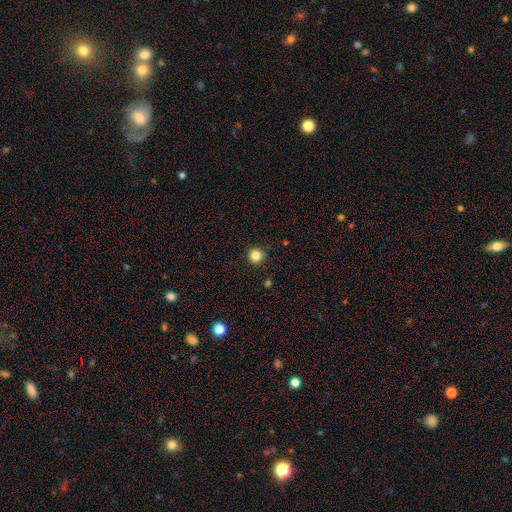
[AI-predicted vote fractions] Smooth or featured: smooth — 84% (star or artifact — 12%)
How rounded: round — 95% (in between — 4%)
Merging: none — 92% (minor disturbance — 5%)